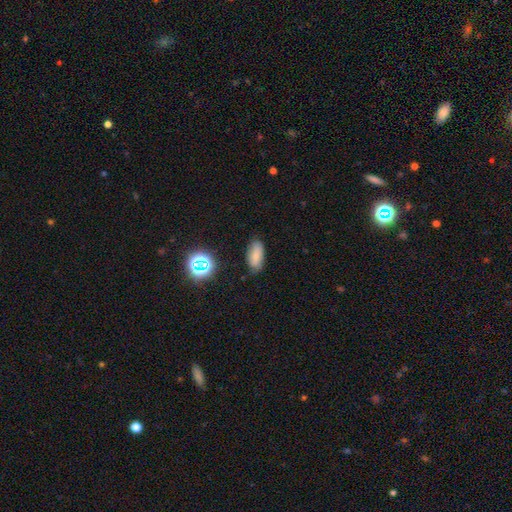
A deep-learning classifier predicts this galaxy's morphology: This is likely a smooth galaxy (75%). How rounded: clearly in between (88%). Merging: likely none (76%).